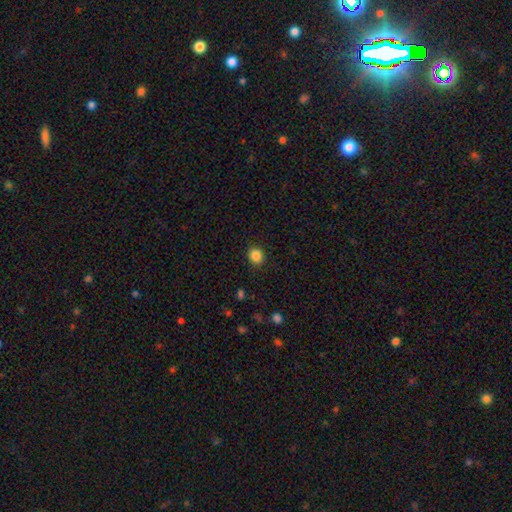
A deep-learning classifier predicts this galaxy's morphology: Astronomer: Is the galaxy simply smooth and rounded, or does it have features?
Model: smooth — 86%.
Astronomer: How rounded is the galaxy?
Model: round — 74%.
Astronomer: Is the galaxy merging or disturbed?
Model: none — 89%.